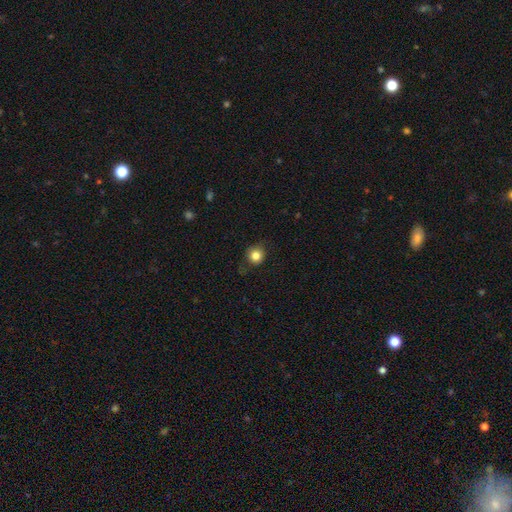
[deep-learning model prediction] The model was most divided on "merging": none: 80%, minor disturbance: 15%, major disturbance: 4%, merger: 1%. More confident: how rounded — round (87%); smooth or featured — smooth (82%).